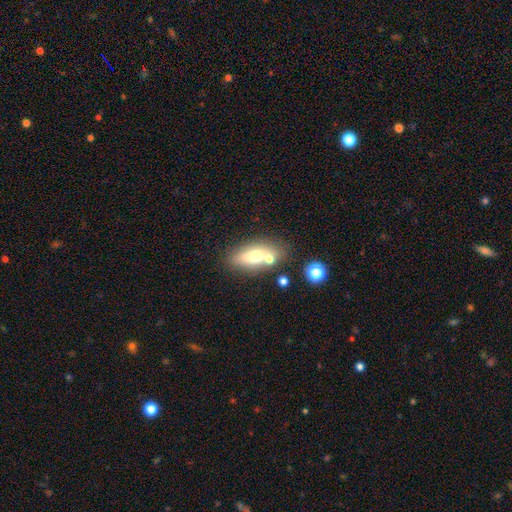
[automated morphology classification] Overall: smooth (63%; featured or disk 28%). How rounded: in between (71%). Merging: none (64%).